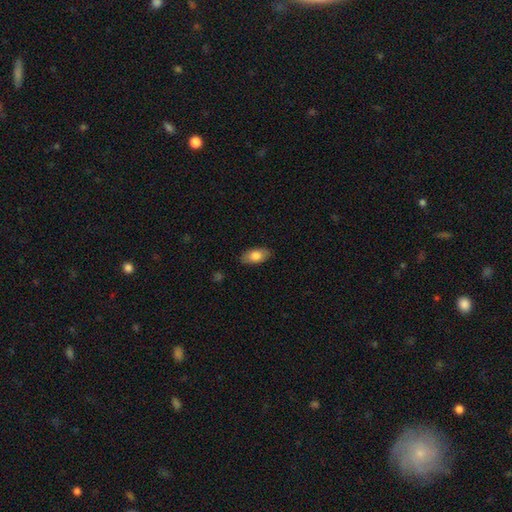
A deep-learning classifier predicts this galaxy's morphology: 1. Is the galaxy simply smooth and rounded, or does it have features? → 80% smooth, 13% featured or disk, 7% star or artifact.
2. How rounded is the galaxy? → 92% in between, 4% cigar-shaped, 4% round.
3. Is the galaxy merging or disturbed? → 87% none, 10% minor disturbance, 2% major disturbance, 1% merger.